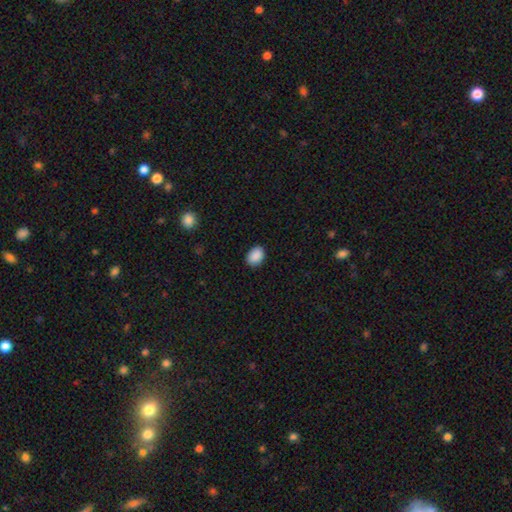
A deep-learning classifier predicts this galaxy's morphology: smooth_or_featured: smooth (p=0.90) [alt: star or artifact p=0.07]
how_rounded: in between (p=0.74) [alt: round p=0.25]
merging: none (p=0.87) [alt: minor disturbance p=0.10]